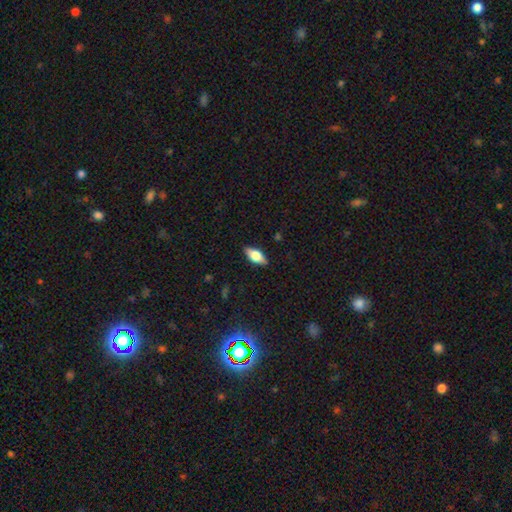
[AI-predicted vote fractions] A smooth galaxy with no disk features (54%) that is in between round and cigar-shaped (81%).

Vote fractions:
- Smooth or featured? smooth: 54% / featured or disk: 39% / star or artifact: 7%
- How rounded? in between: 81% / cigar-shaped: 15% / round: 4%
- Merging? none: 87% / minor disturbance: 10% / major disturbance: 2% / merger: 1%